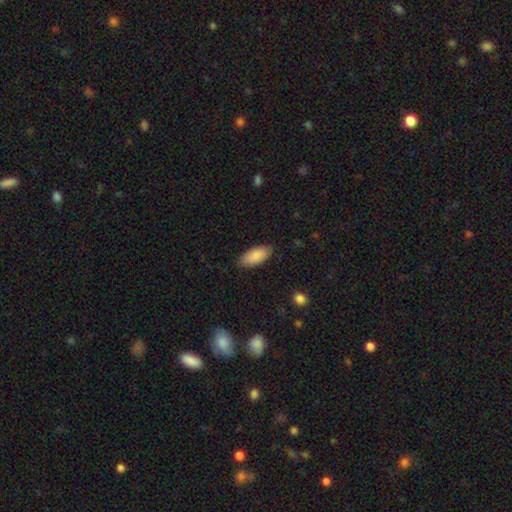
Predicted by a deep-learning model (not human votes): smooth_or_featured: smooth (p=0.87) [alt: featured or disk p=0.07]
how_rounded: in between (p=0.90) [alt: cigar-shaped p=0.09]
merging: none (p=0.84) [alt: minor disturbance p=0.12]